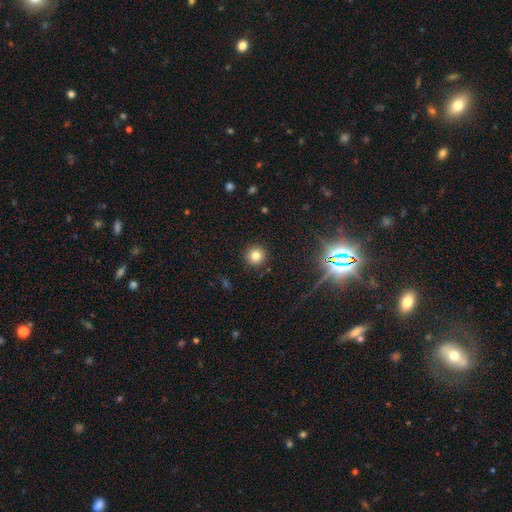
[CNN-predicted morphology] This is likely a smooth galaxy (79%). How rounded: clearly round (94%). Merging: clearly none (91%).